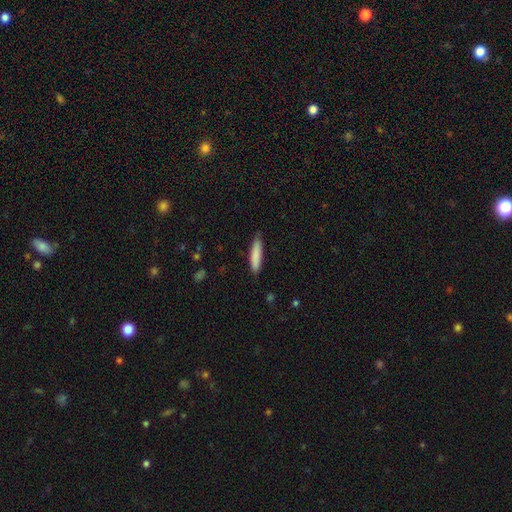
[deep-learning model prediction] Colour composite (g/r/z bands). It shows a smooth galaxy with no disk features (85%) that is cigar-shaped (79%). Merging: none (80%).